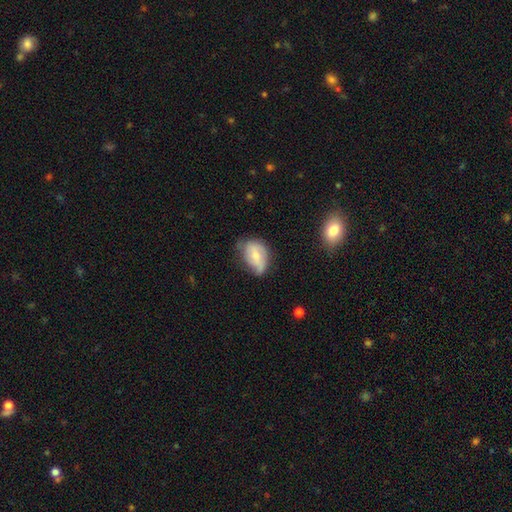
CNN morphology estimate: type=smooth (55%); roundness=in between (80%); merging=none (43%).